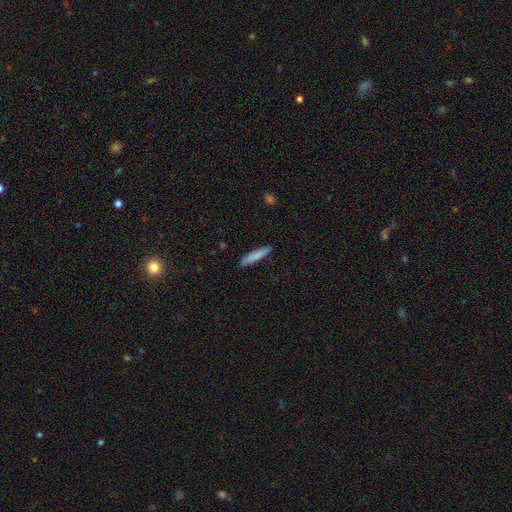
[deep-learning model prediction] This appears to be a smooth galaxy with no disk features (83%) that is cigar-shaped (89%). Merging: none (89%).